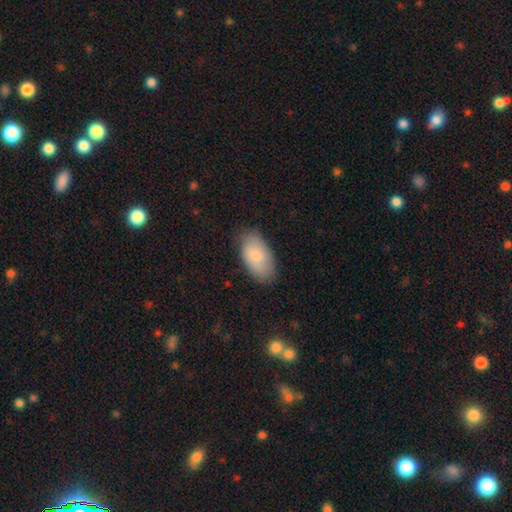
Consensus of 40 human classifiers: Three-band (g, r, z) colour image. It shows a smooth galaxy with no disk features (72%) that is in between round and cigar-shaped (93%). Merging: none (75%).